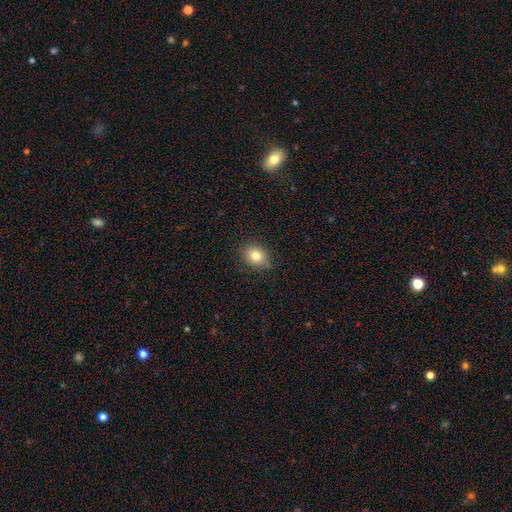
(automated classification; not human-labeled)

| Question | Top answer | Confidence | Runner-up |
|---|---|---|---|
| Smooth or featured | smooth | 81% | star or artifact (10%) |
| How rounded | in between | 55% | round (44%) |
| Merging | none | 86% | minor disturbance (11%) |